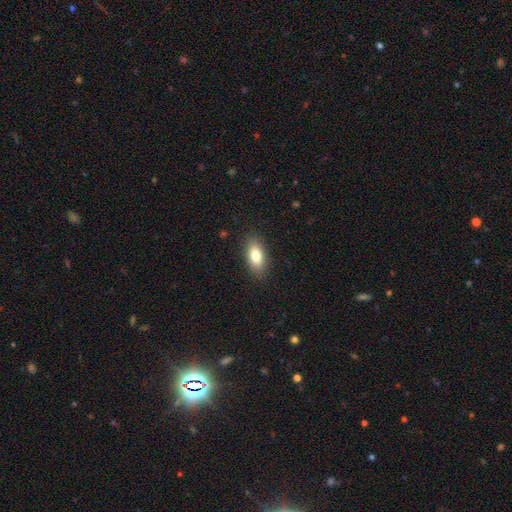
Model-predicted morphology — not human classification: A smooth galaxy with no disk features (80%) that is in between round and cigar-shaped (86%).

Vote fractions:
- Smooth or featured? smooth: 80% / featured or disk: 12% / star or artifact: 8%
- How rounded? in between: 86% / cigar-shaped: 10% / round: 4%
- Merging? none: 87% / minor disturbance: 9% / major disturbance: 3% / merger: 1%